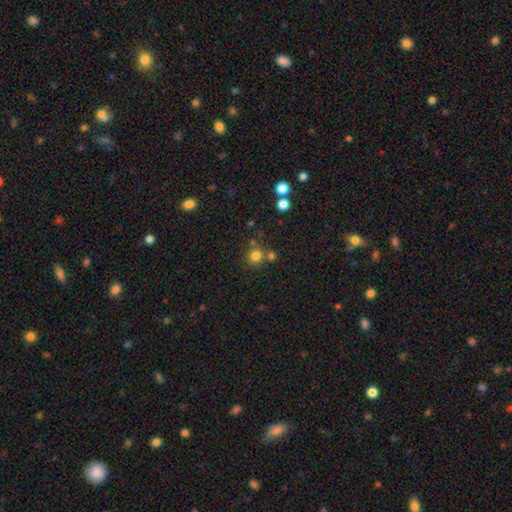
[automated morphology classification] type=smooth (78%); roundness=round (91%); merging=none (71%).